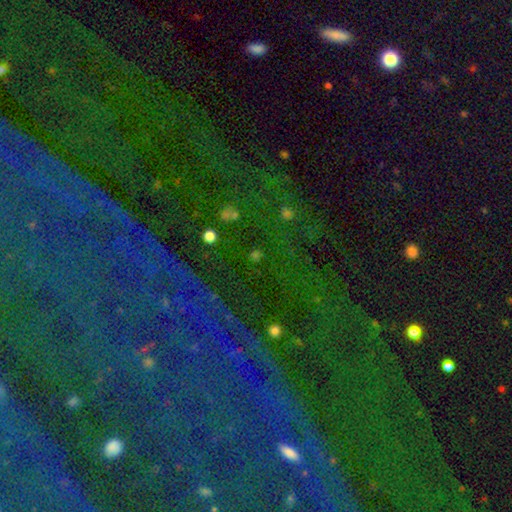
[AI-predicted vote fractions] Morphology: type=star or artifact (58%).